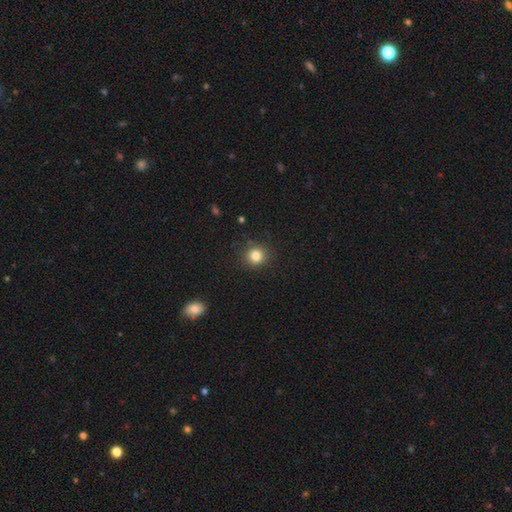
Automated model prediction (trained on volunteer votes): smooth_or_featured: smooth (p=0.83) [alt: star or artifact p=0.12]
how_rounded: round (p=0.91) [alt: in between p=0.08]
merging: none (p=0.89) [alt: minor disturbance p=0.07]